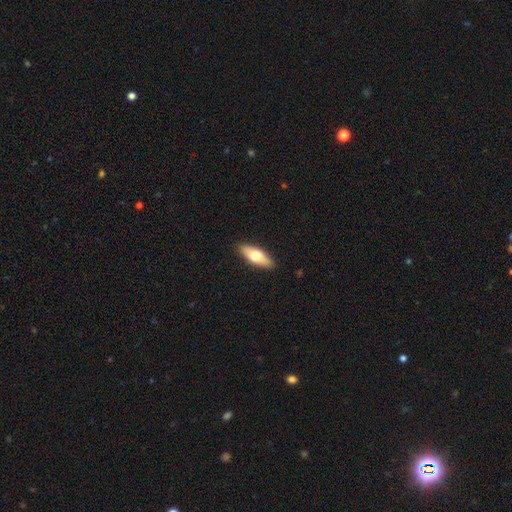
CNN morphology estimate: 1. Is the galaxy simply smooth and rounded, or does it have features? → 64% smooth, 31% featured or disk, 6% star or artifact.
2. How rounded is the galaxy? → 65% in between, 32% cigar-shaped, 2% round.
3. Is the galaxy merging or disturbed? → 89% none, 8% minor disturbance, 2% major disturbance, 1% merger.